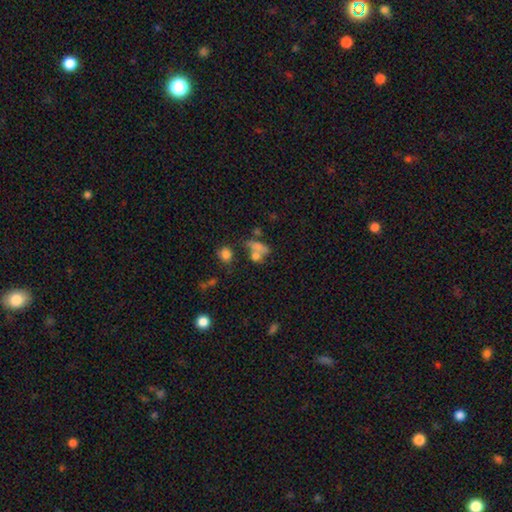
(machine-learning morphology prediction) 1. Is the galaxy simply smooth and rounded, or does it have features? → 55% smooth, 24% star or artifact, 22% featured or disk.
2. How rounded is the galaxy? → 47% in between, 40% round, 13% cigar-shaped.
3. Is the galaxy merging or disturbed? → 42% none, 34% merger, 13% minor disturbance, 11% major disturbance.